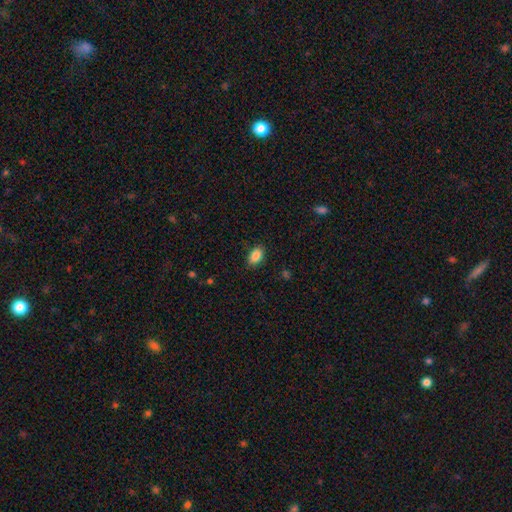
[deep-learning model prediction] smooth-or-featured: smooth: 88% | star or artifact: 8% | featured or disk: 4%
  how-rounded: in between: 87% | round: 12% | cigar-shaped: 1%
  merging: none: 87% | minor disturbance: 10% | major disturbance: 3% | merger: 1%